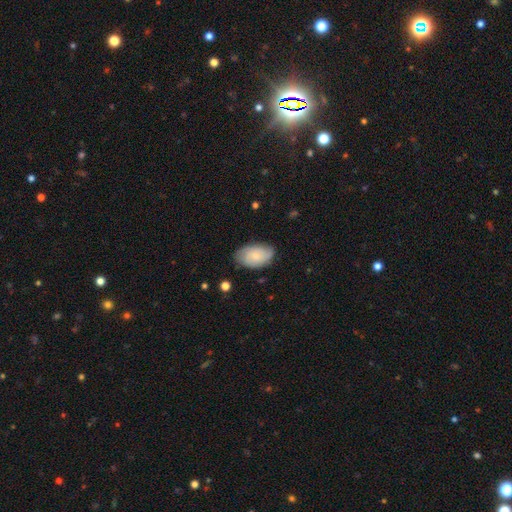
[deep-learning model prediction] smooth_or_featured: smooth (p=0.59) [alt: featured or disk p=0.34]
how_rounded: in between (p=0.92) [alt: round p=0.06]
merging: none (p=0.75) [alt: minor disturbance p=0.20]